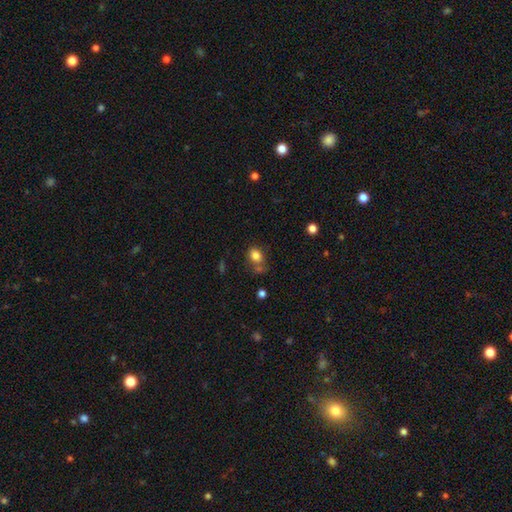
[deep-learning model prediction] The model was most divided on "how rounded": in between: 61%, round: 38%, cigar-shaped: 1%. More confident: smooth or featured — smooth (81%); merging — none (57%).